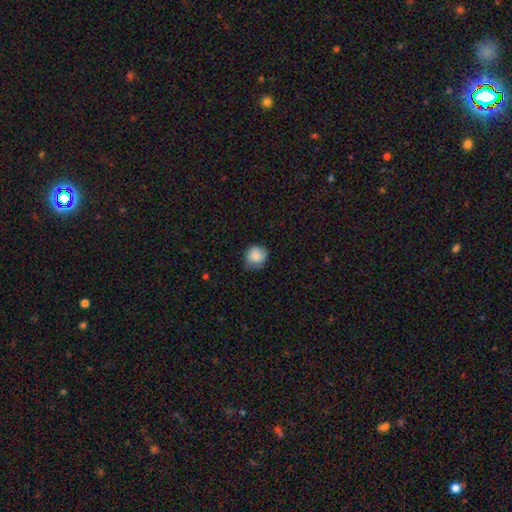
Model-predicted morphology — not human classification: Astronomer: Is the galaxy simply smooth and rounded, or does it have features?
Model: smooth — 84%.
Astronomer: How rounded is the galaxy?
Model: round — 80%.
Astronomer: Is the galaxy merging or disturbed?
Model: none — 64%.